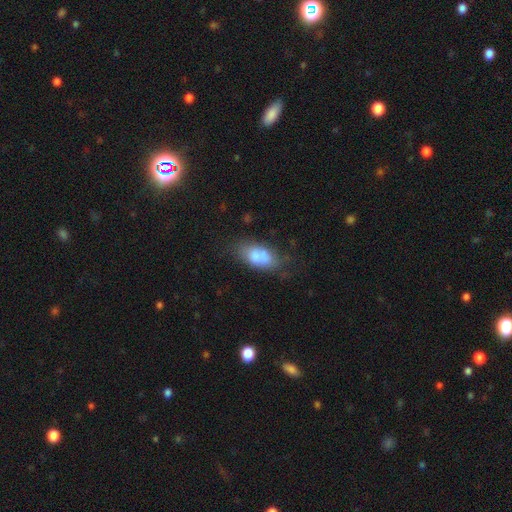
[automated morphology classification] smooth_or_featured: smooth (p=0.63) [alt: featured or disk p=0.26]
how_rounded: in between (p=0.84) [alt: cigar-shaped p=0.10]
merging: none (p=0.51) [alt: minor disturbance p=0.22]